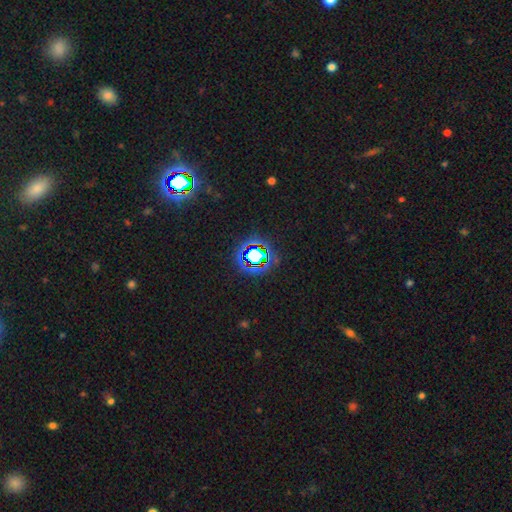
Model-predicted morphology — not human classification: Smooth or featured: star or artifact — 66% (smooth — 22%)